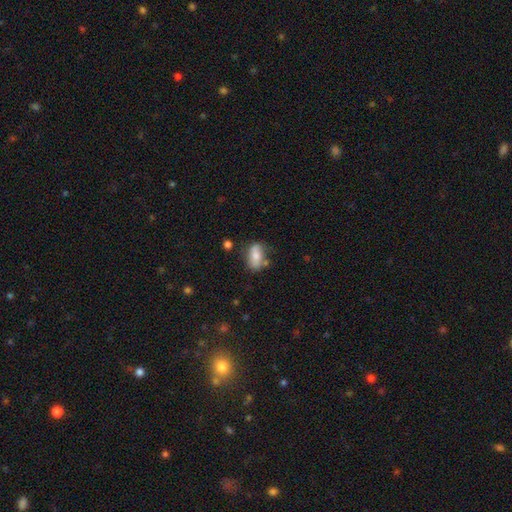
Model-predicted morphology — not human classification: This appears to be a smooth galaxy with no disk features (68%) that is in between round and cigar-shaped (87%). Merging: none (63%).